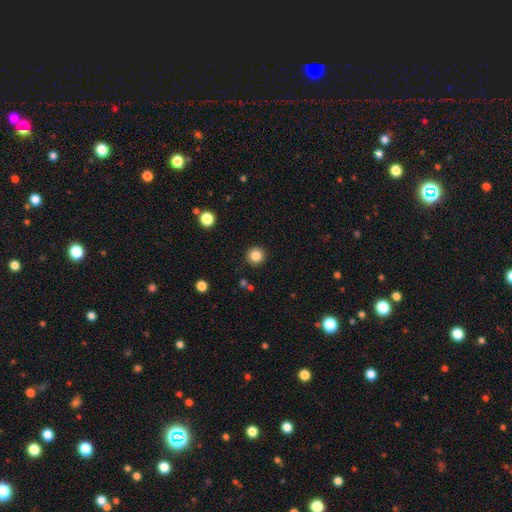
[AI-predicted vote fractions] smooth-or-featured: smooth: 84% | star or artifact: 11% | featured or disk: 5%
  how-rounded: round: 95% | in between: 4% | cigar-shaped: 1%
  merging: none: 92% | minor disturbance: 5% | major disturbance: 2% | merger: 1%